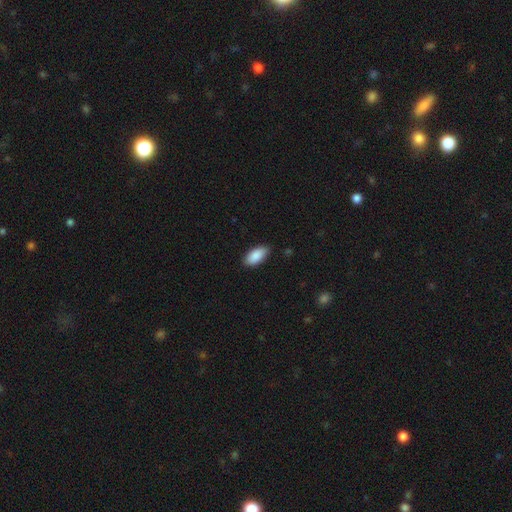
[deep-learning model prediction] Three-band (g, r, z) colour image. It shows a smooth galaxy with no disk features (89%) that is in between round and cigar-shaped (92%). Merging: none (84%).